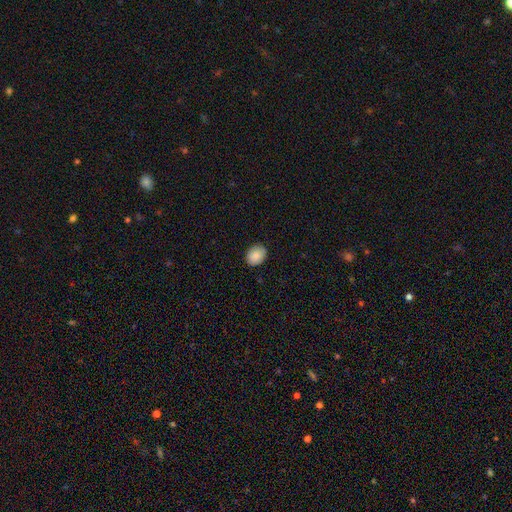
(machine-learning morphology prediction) A smooth galaxy with no disk features (88%) that is in between round and cigar-shaped (56%). Merging: none (88%).